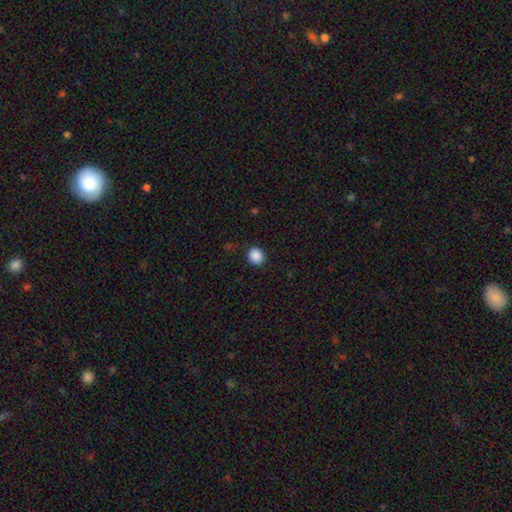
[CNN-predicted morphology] Smooth or featured?
  - smooth: 88% *
  - star or artifact: 9%
  - featured or disk: 2%
How rounded?
  - round: 85% *
  - in between: 14%
  - cigar-shaped: 1%
Merging?
  - none: 90% *
  - minor disturbance: 7%
  - major disturbance: 2%
  - merger: 1%